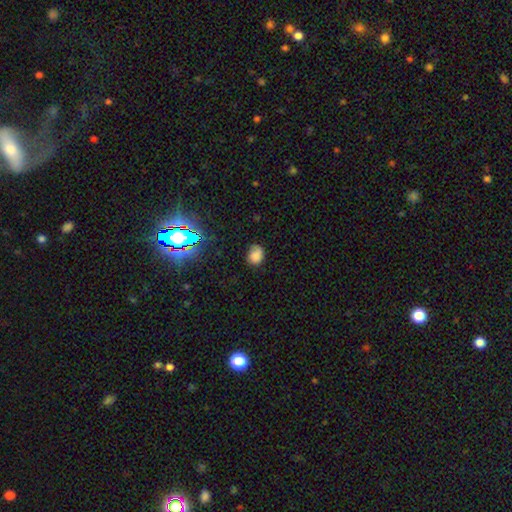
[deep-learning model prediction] Smooth or featured? smooth (76%)
How rounded? round (52%)
Merging? none (64%)